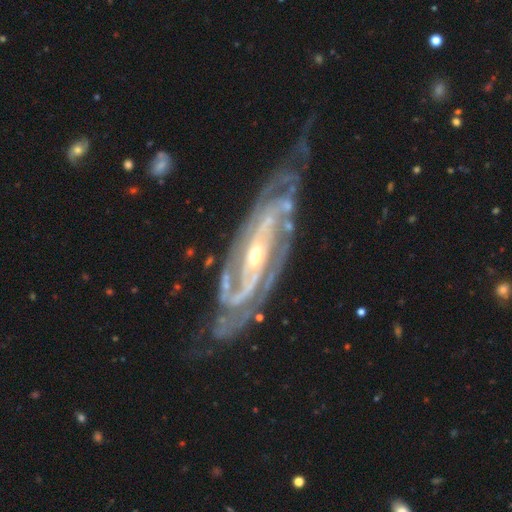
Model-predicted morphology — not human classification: This is clearly a featured or disk galaxy (92%). It is clearly not viewed edge-on (91%). Bar: possibly no (45%). Spiral arm pattern: clearly yes (97%). Spiral arm count: possibly 2 (49%). Spiral winding: likely tight (61%). Central bulge: possibly small (57%). Merging: likely none (70%).